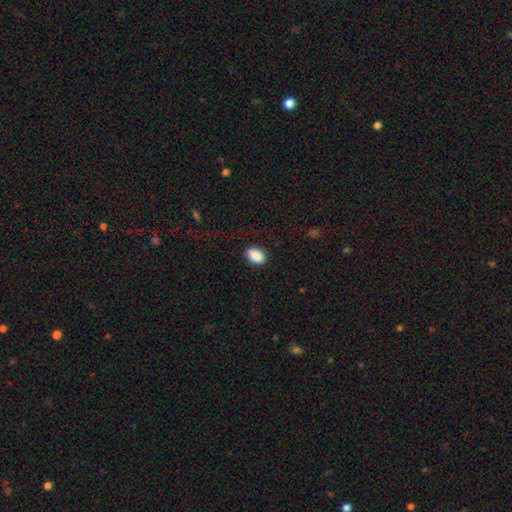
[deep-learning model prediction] A smooth galaxy with no disk features (90%) that is in between round and cigar-shaped (86%). Merging: none (88%).